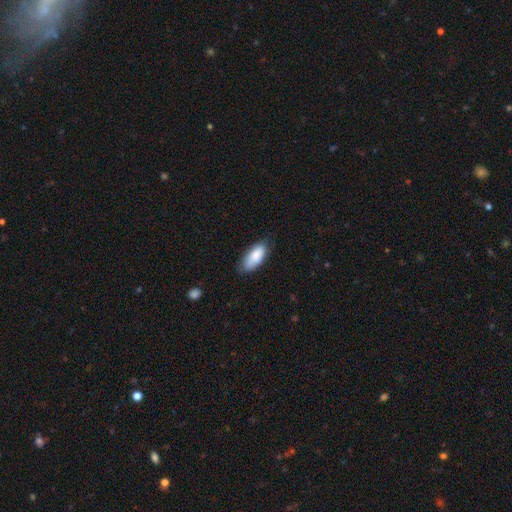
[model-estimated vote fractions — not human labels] Smooth or featured? smooth (86%)
How rounded? in between (86%)
Merging? none (72%)